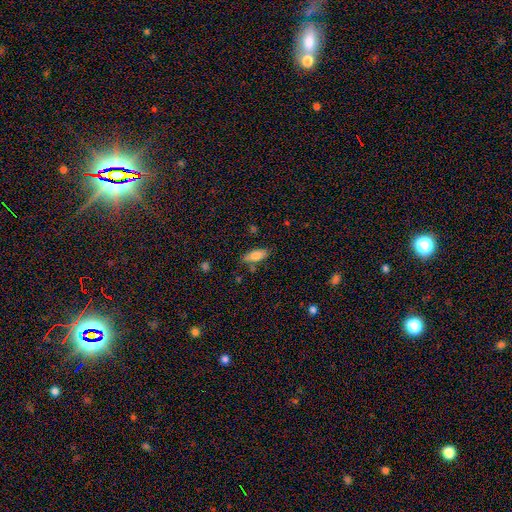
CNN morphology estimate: Smooth or featured?
  - smooth: 77% *
  - featured or disk: 15%
  - star or artifact: 8%
How rounded?
  - in between: 77% *
  - cigar-shaped: 21%
  - round: 2%
Merging?
  - none: 73% *
  - minor disturbance: 17%
  - merger: 6%
  - major disturbance: 4%